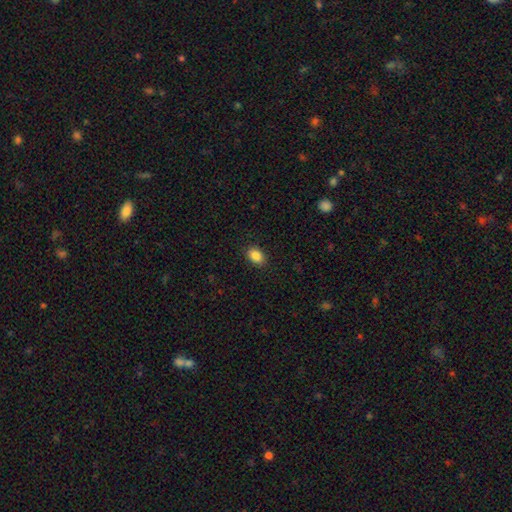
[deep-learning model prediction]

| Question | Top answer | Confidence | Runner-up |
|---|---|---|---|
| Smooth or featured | smooth | 87% | star or artifact (8%) |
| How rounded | in between | 82% | round (17%) |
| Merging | none | 89% | minor disturbance (8%) |